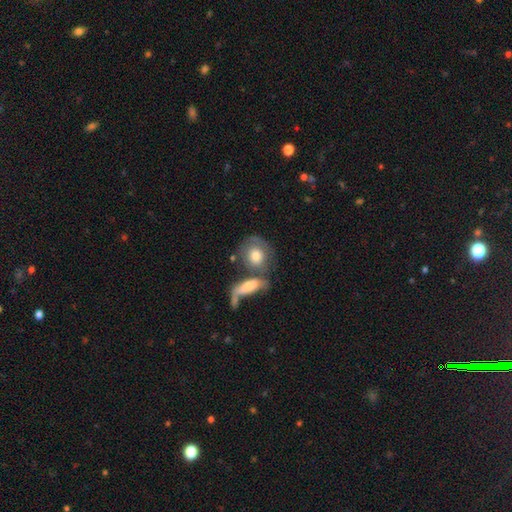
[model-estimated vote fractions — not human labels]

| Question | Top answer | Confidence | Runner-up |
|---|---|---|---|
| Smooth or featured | smooth | 68% | featured or disk (26%) |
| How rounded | round | 57% | in between (39%) |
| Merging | merger | 38% | none (37%) |